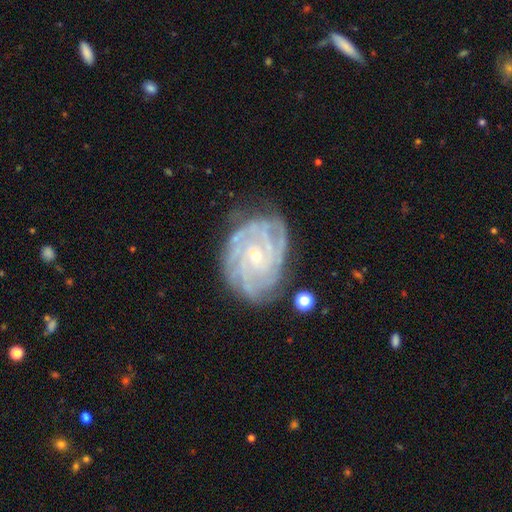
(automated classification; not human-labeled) A featured or disk galaxy (86%) with no bar (53%), tight (74%) spiral arms (96%) and a small central bulge (62%). Merging: none (71%).